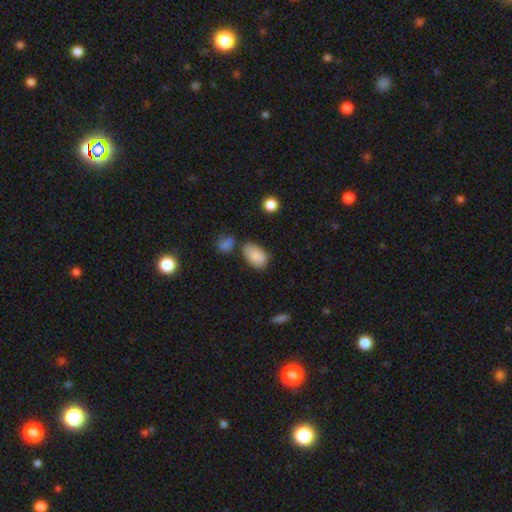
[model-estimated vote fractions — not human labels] Overall: smooth (87%). How rounded: in between (92%). Merging: none (62%).